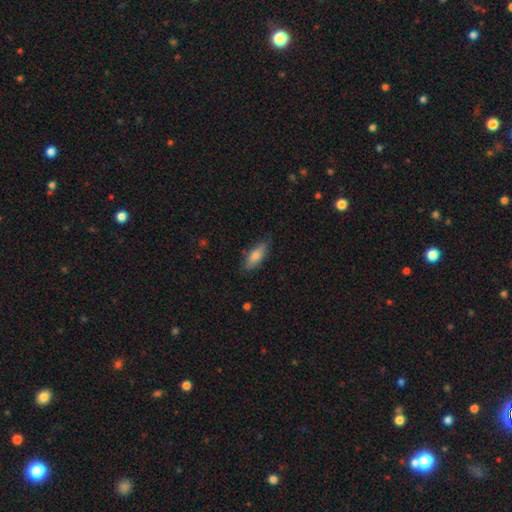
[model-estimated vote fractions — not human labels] A smooth galaxy with no disk features (78%) that is in between round and cigar-shaped (68%). Merging: none (80%).